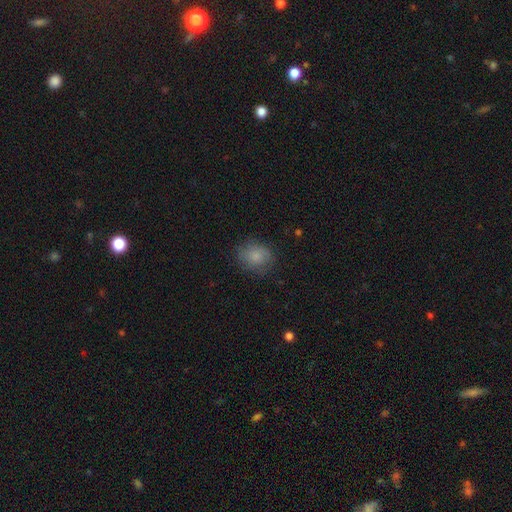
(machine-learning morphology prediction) smooth_or_featured: smooth (p=0.81) [alt: featured or disk p=0.10]
how_rounded: round (p=0.56) [alt: in between p=0.43]
merging: none (p=0.77) [alt: minor disturbance p=0.17]